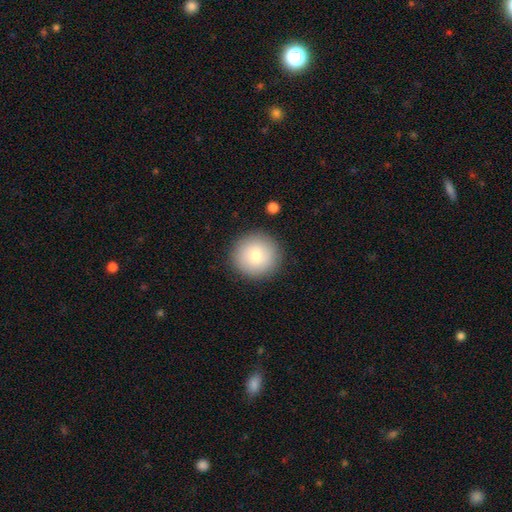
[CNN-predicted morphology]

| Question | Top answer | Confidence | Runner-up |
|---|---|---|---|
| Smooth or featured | smooth | 79% | featured or disk (13%) |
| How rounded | round | 95% | in between (4%) |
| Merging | none | 89% | minor disturbance (7%) |